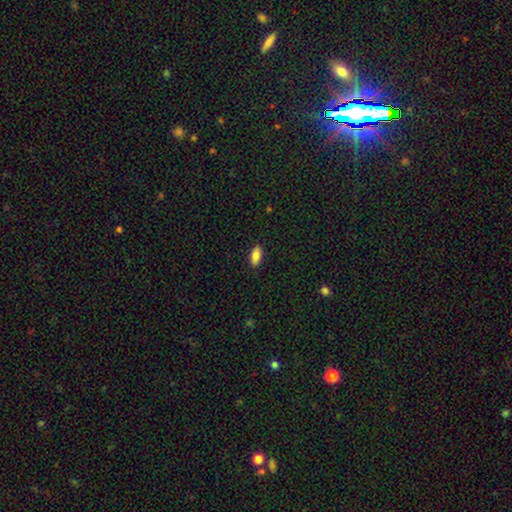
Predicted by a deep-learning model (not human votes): Overall: smooth (86%). How rounded: in between (90%). Merging: none (89%).